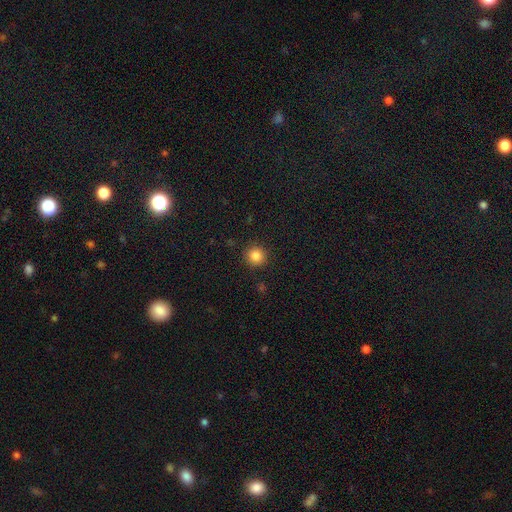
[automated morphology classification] The model was most divided on "smooth or featured": smooth: 85%, star or artifact: 11%, featured or disk: 4%. More confident: how rounded — round (94%); merging — none (91%).